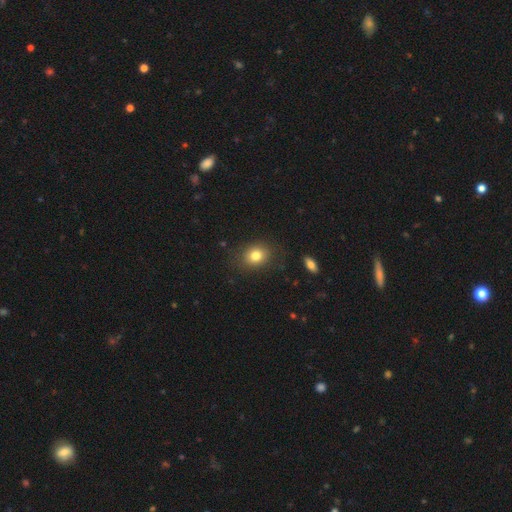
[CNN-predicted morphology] The model was most divided on "how rounded": round: 51%, in between: 48%, cigar-shaped: 1%. More confident: merging — none (83%); smooth or featured — smooth (80%).